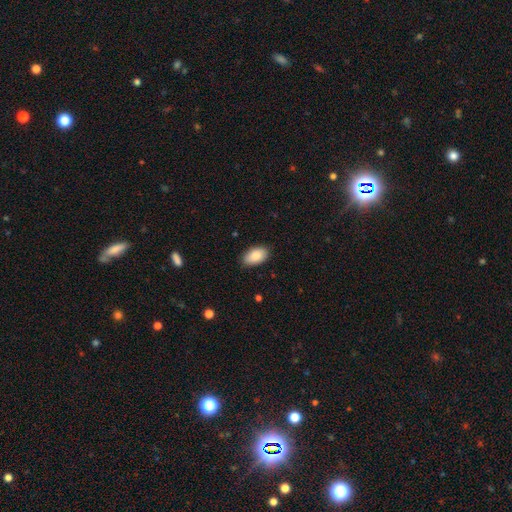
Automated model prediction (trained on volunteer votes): Smooth or featured: smooth — 87% (featured or disk — 6%)
How rounded: in between — 94% (round — 4%)
Merging: none — 86% (minor disturbance — 11%)